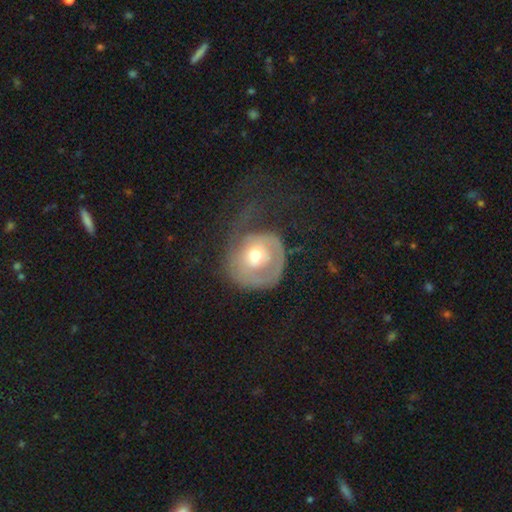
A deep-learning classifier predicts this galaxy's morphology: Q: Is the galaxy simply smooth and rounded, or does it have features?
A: featured or disk — 56%.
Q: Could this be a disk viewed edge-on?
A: no — 97%.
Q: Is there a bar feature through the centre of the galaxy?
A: no — 80%.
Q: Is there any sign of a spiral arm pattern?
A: yes — 61%.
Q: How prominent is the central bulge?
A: moderate — 58%.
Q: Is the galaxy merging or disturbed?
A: major disturbance — 44%.